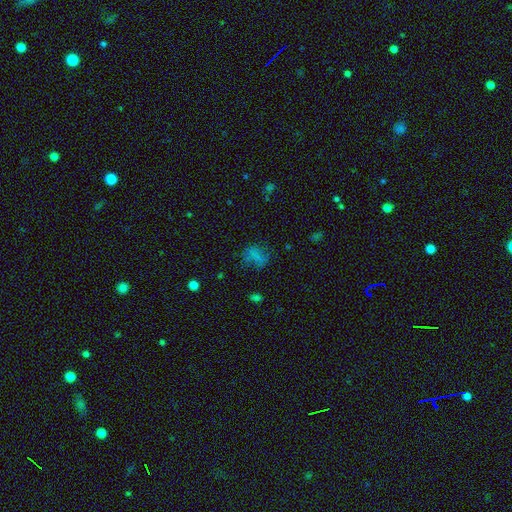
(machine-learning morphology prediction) Smooth or featured?
  - smooth: 63% *
  - star or artifact: 21%
  - featured or disk: 16%
How rounded?
  - in between: 58% *
  - round: 38%
  - cigar-shaped: 4%
Merging?
  - none: 60% *
  - minor disturbance: 20%
  - major disturbance: 16%
  - merger: 3%